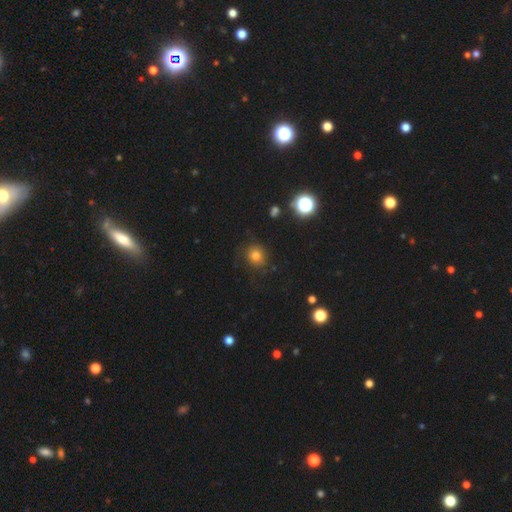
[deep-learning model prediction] This appears to be a smooth galaxy with no disk features (75%) that is round (84%). Merging: none (82%).